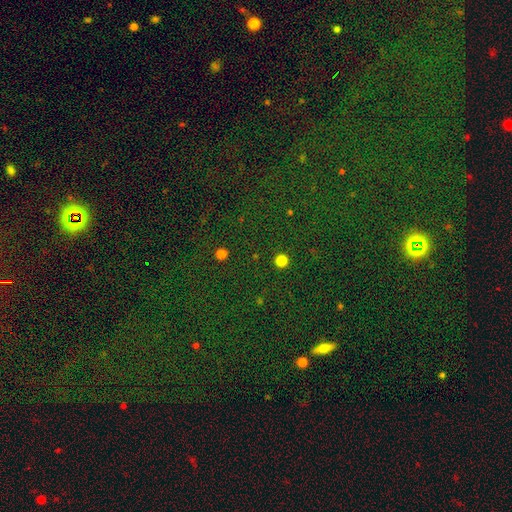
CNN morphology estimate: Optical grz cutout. It shows a star or artifact, not a galaxy (79%).